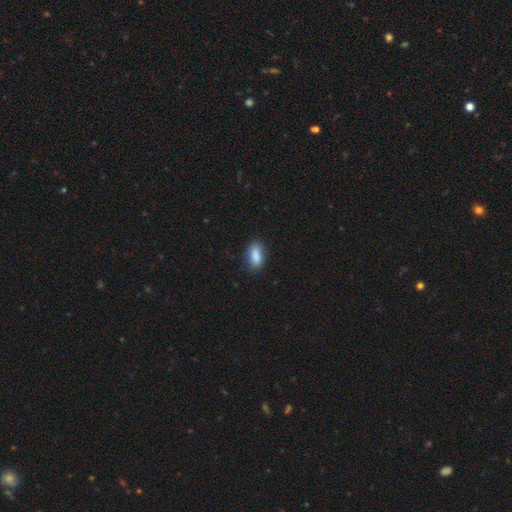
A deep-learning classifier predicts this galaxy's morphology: smooth_or_featured: smooth (p=0.87) [alt: star or artifact p=0.08]
how_rounded: in between (p=0.88) [alt: cigar-shaped p=0.07]
merging: none (p=0.76) [alt: minor disturbance p=0.18]